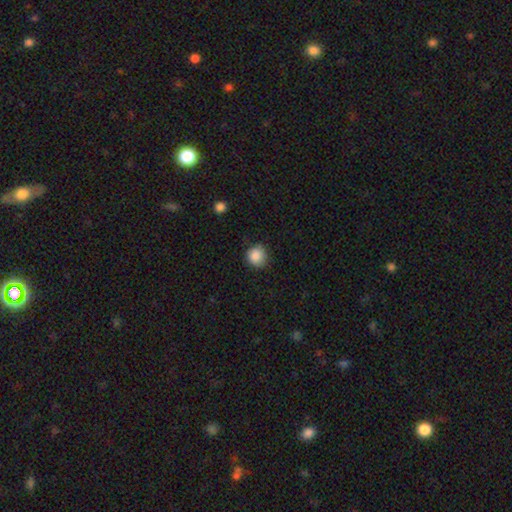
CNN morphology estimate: Smooth or featured? smooth (87%)
How rounded? round (91%)
Merging? none (81%)